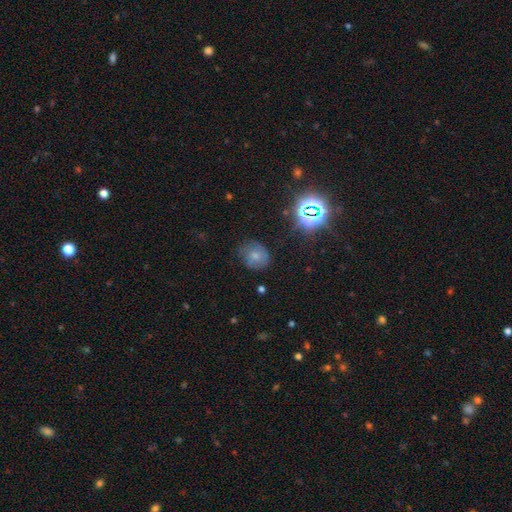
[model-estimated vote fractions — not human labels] smooth 62%, featured or disk 20%, star or artifact 18%. Down the decision tree: how rounded — round (74%); merging — none (65%).